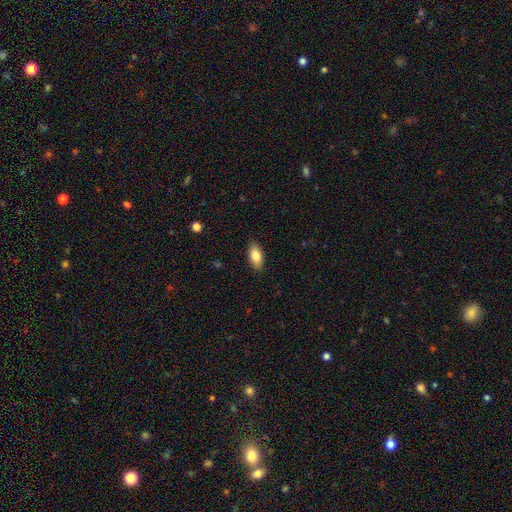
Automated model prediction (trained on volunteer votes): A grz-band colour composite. It shows a smooth galaxy with no disk features (85%) that is in between round and cigar-shaped (91%). Merging: none (88%).